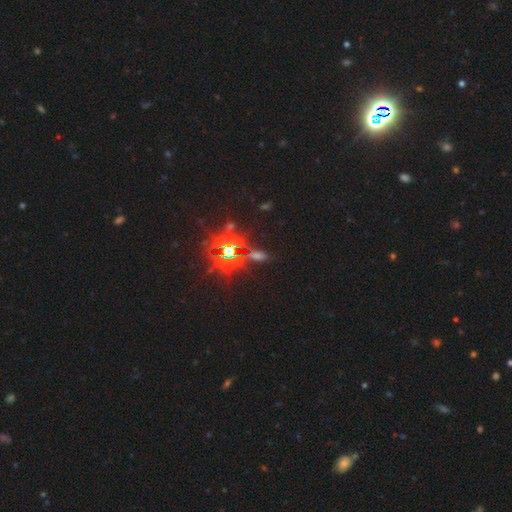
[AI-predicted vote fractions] smooth-or-featured: star or artifact: 81% | smooth: 11% | featured or disk: 8%